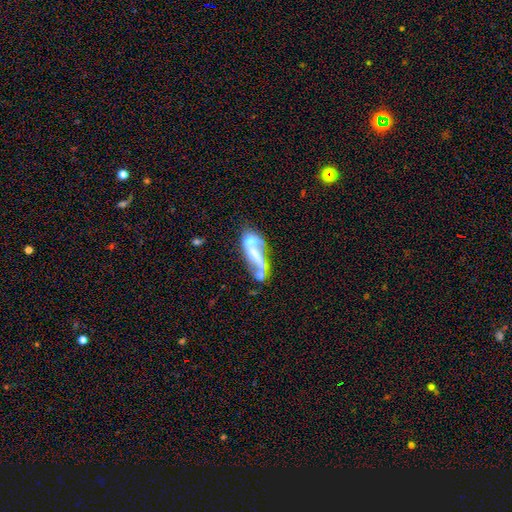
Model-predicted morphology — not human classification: smooth-or-featured: featured or disk: 56% | smooth: 32% | star or artifact: 12%
  disk-edge-on: no: 86% | yes: 14%
  merging: merger: 43% | major disturbance: 24% | none: 21% | minor disturbance: 13%